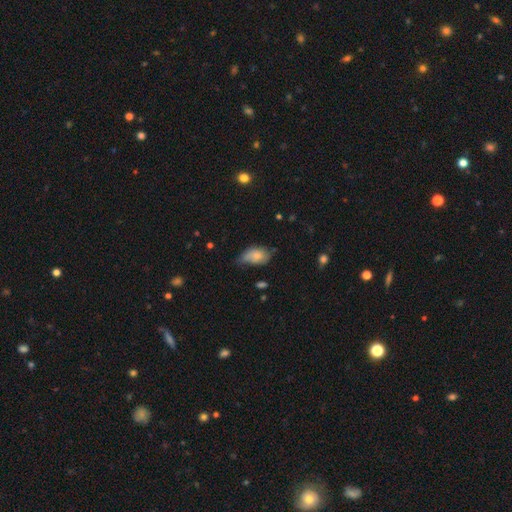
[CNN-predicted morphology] smooth_or_featured: smooth (p=0.78) [alt: featured or disk p=0.14]
how_rounded: in between (p=0.90) [alt: round p=0.07]
merging: minor disturbance (p=0.46) [alt: none p=0.36]